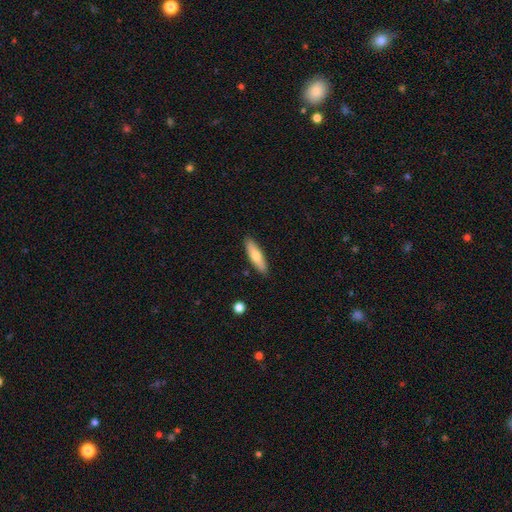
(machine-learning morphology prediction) This appears to be a smooth galaxy with no disk features (66%) that is cigar-shaped (61%). Merging: none (89%).